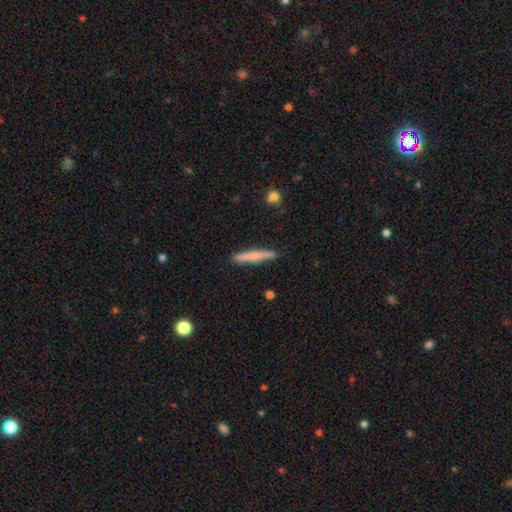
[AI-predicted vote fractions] Smooth or featured? smooth (67%)
How rounded? cigar-shaped (94%)
Merging? none (89%)